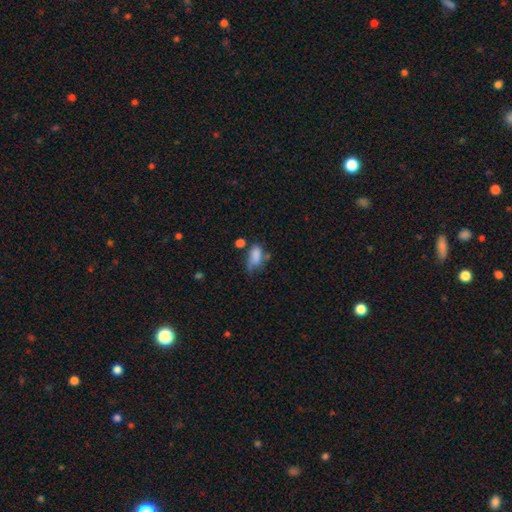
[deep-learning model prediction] smooth-or-featured: smooth: 78% | featured or disk: 12% | star or artifact: 10%
  how-rounded: in between: 89% | round: 7% | cigar-shaped: 5%
  merging: none: 34% | minor disturbance: 32% | major disturbance: 21% | merger: 13%